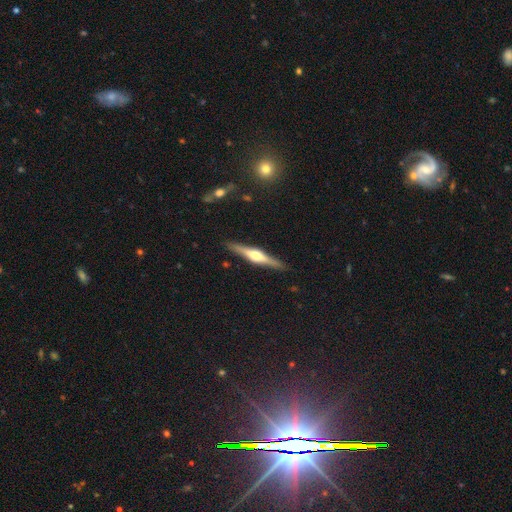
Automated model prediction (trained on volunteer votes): This is likely a featured or disk galaxy (72%). It is clearly viewed edge-on (97%). Edge-on bulge: clearly rounded (92%). Merging: clearly none (90%).